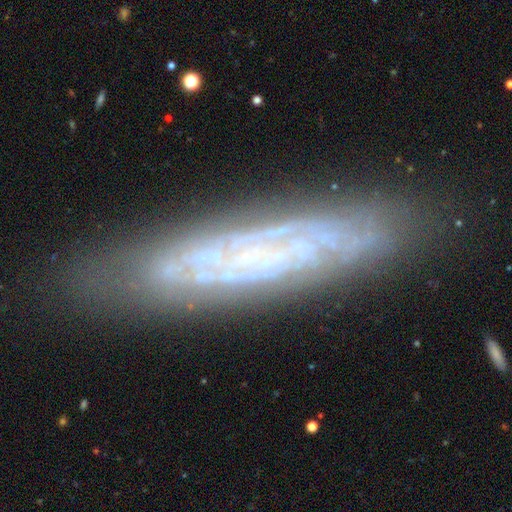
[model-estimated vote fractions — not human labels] Q: Smooth or featured?
A: featured or disk (71%); runner-up: smooth (20%)
Q: Edge-on disk?
A: no (57%); runner-up: yes (43%)
Q: Merging?
A: none (81%); runner-up: minor disturbance (13%)